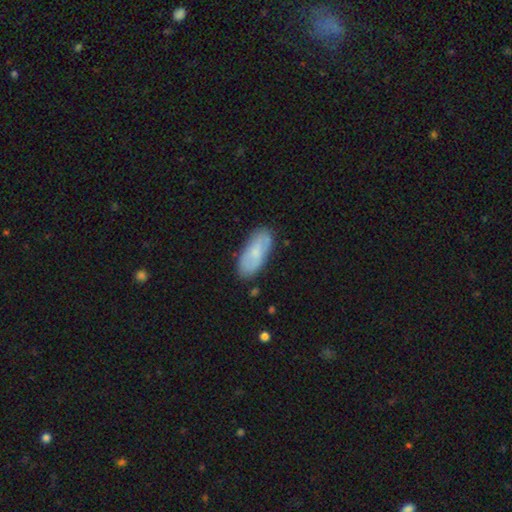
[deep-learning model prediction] A smooth galaxy with no disk features (64%) that is in between round and cigar-shaped (79%). Merging: none (83%).